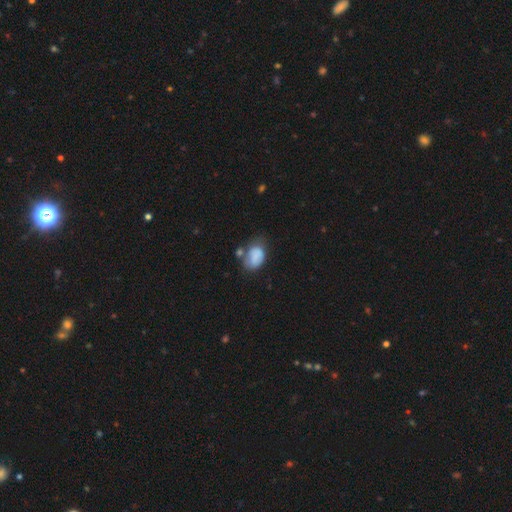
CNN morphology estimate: A smooth galaxy with no disk features (77%) that is in between round and cigar-shaped (80%).

Vote fractions:
- Smooth or featured? smooth: 77% / featured or disk: 14% / star or artifact: 9%
- How rounded? in between: 80% / round: 19% / cigar-shaped: 1%
- Merging? none: 39% / minor disturbance: 29% / merger: 17% / major disturbance: 15%